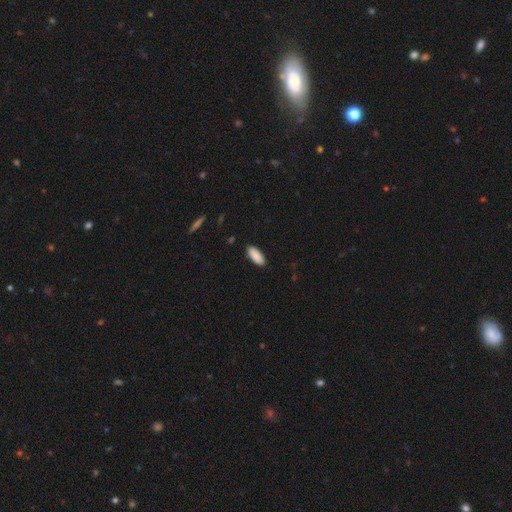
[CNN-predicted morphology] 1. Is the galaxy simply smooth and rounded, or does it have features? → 90% smooth, 6% star or artifact, 4% featured or disk.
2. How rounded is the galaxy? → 83% in between, 16% cigar-shaped, 2% round.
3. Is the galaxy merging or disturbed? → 88% none, 9% minor disturbance, 2% major disturbance, 1% merger.